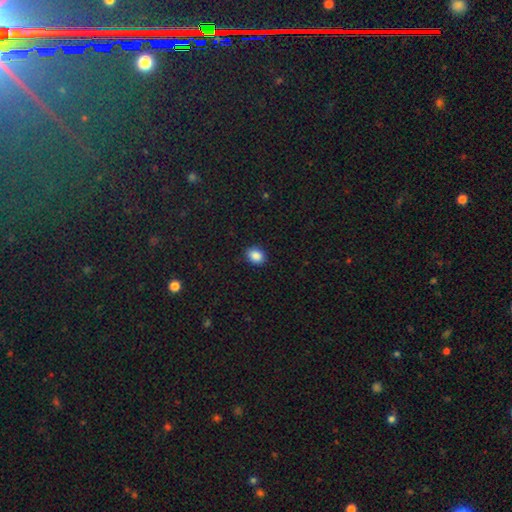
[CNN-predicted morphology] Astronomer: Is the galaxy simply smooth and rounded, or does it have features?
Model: smooth — 88%.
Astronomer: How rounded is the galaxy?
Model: in between — 57% (runner-up: round, 42%).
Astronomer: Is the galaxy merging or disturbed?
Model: none — 88%.